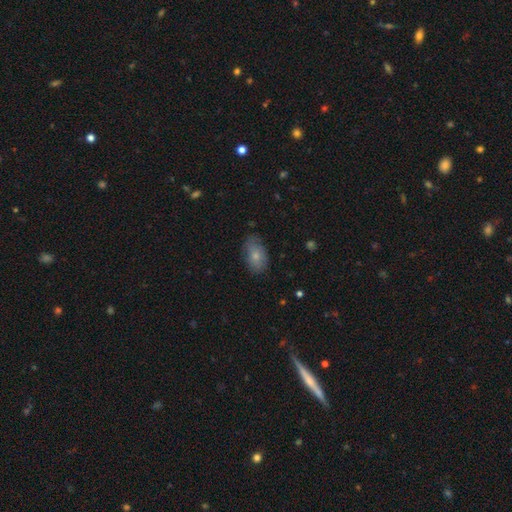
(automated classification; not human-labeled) This appears to be a smooth galaxy with no disk features (77%) that is in between round and cigar-shaped (91%). Merging: none (74%).